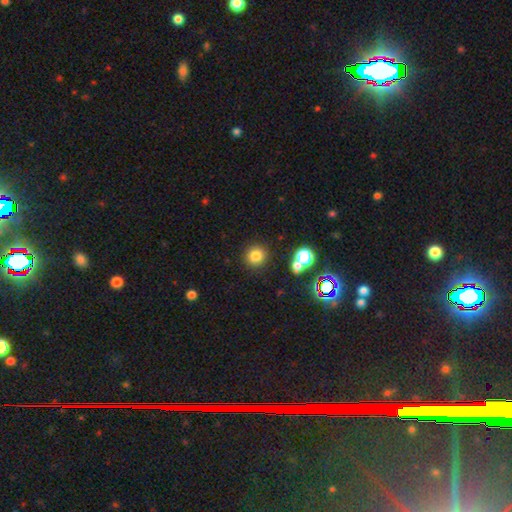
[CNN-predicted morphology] smooth-or-featured: smooth: 79% | star or artifact: 15% | featured or disk: 6%
  how-rounded: round: 91% | in between: 8% | cigar-shaped: 1%
  merging: none: 87% | minor disturbance: 7% | merger: 4% | major disturbance: 3%